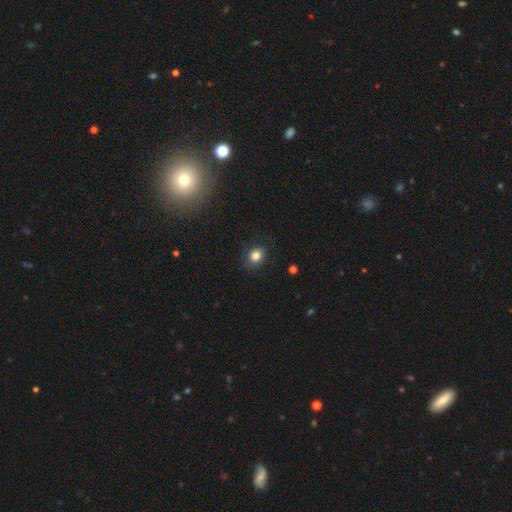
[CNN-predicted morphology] Smooth or featured? Predicted: smooth (p=0.84). How rounded? Predicted: round (p=0.62). Merging? Predicted: none (p=0.84).